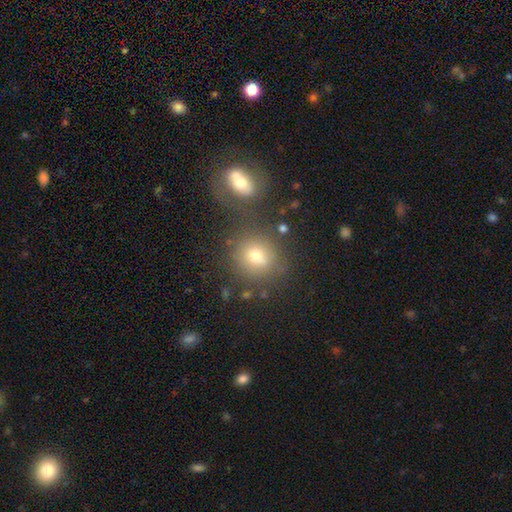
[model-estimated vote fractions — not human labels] Smooth or featured?
  - smooth: 71% *
  - star or artifact: 16%
  - featured or disk: 13%
How rounded?
  - round: 82% *
  - in between: 17%
  - cigar-shaped: 1%
Merging?
  - none: 69% *
  - merger: 16%
  - minor disturbance: 11%
  - major disturbance: 5%